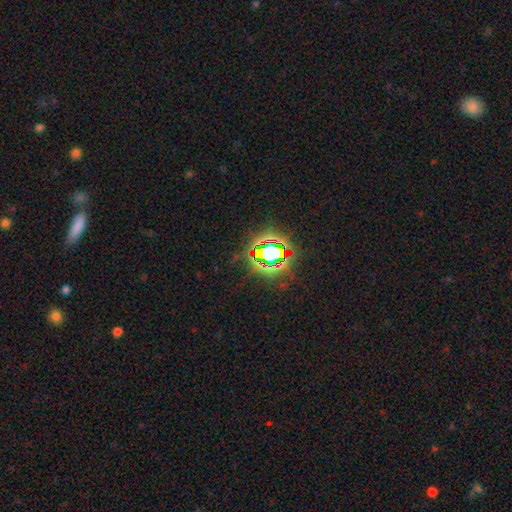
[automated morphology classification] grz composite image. It shows a star or artifact, not a galaxy (81%).